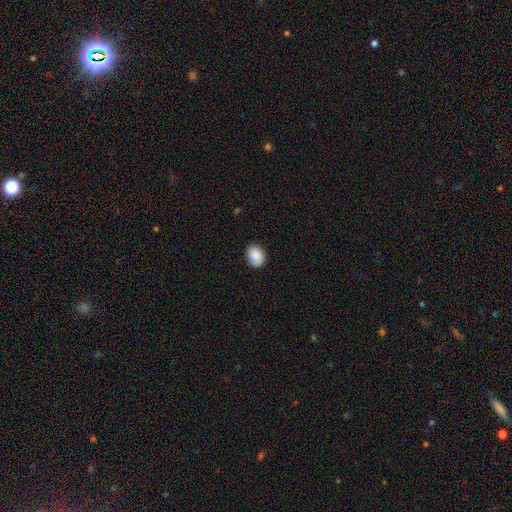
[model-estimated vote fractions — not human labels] Overall: smooth (88%). How rounded: in between (71%). Merging: none (85%).